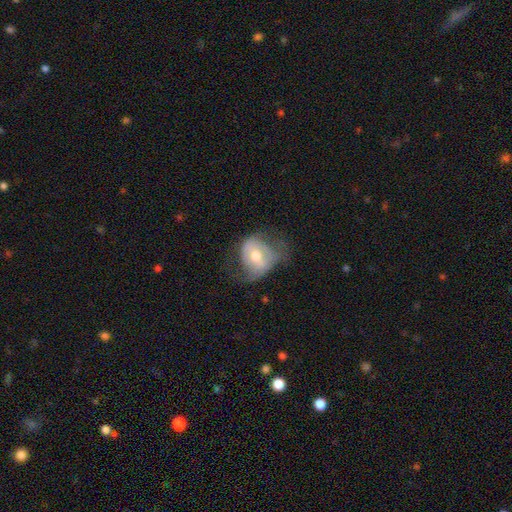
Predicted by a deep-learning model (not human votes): Overall: featured or disk (52%; smooth 40%). Edge-on disk: no (95%). Merging: none (39%; major disturbance 30%).